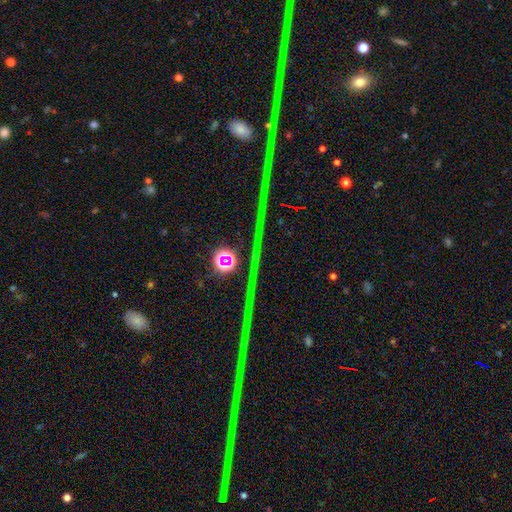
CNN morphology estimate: This appears to be a star or artifact, not a galaxy (86%).